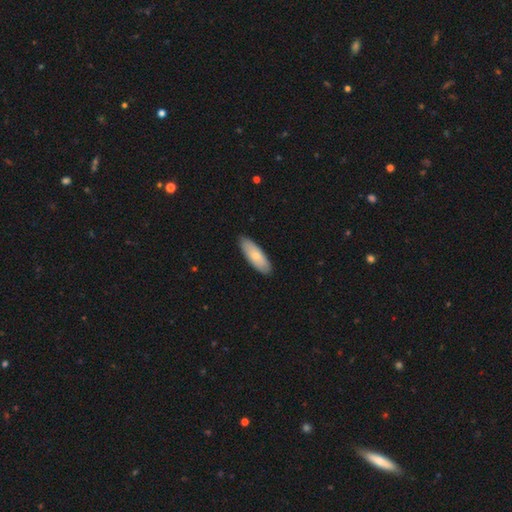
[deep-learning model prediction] Overall: smooth (77%). How rounded: in between (66%; cigar-shaped 32%). Merging: none (88%).